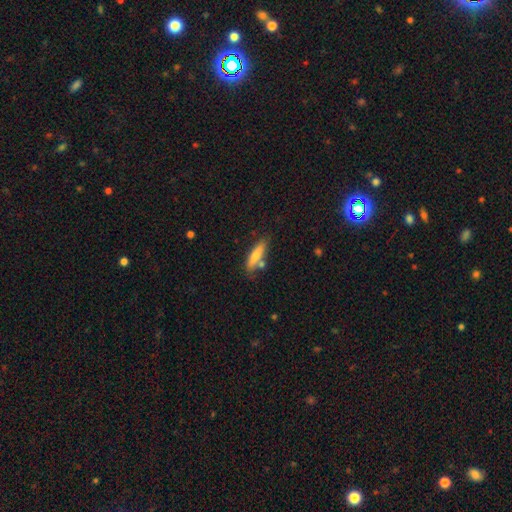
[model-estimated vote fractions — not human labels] smooth-or-featured: smooth: 73% | featured or disk: 20% | star or artifact: 7%
  how-rounded: cigar-shaped: 70% | in between: 28% | round: 2%
  merging: none: 70% | minor disturbance: 16% | merger: 11% | major disturbance: 4%